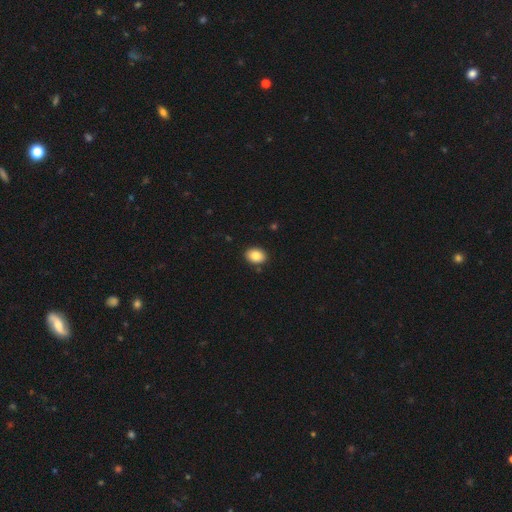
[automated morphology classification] A smooth galaxy with no disk features (86%) that is in between round and cigar-shaped (66%).

Vote fractions:
- Smooth or featured? smooth: 86% / star or artifact: 8% / featured or disk: 6%
- How rounded? in between: 66% / round: 33% / cigar-shaped: 1%
- Merging? none: 89% / minor disturbance: 8% / major disturbance: 2% / merger: 2%